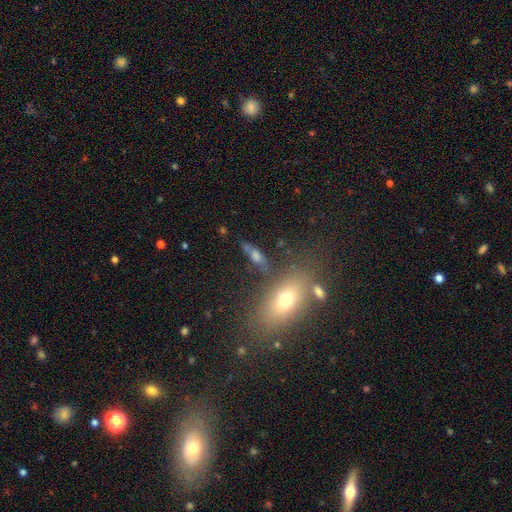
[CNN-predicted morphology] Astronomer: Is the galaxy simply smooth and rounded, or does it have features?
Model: smooth — 47% (runner-up: featured or disk, 36%).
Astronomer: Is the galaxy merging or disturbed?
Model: none — 68%.